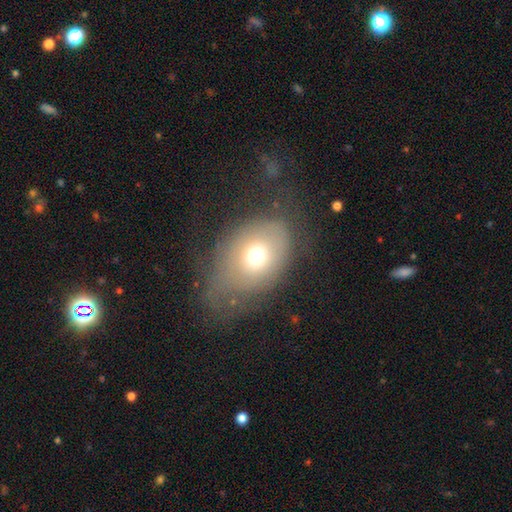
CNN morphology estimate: Smooth or featured: smooth — 63% (featured or disk — 26%)
How rounded: in between — 66% (round — 33%)
Merging: none — 41% (major disturbance — 29%)